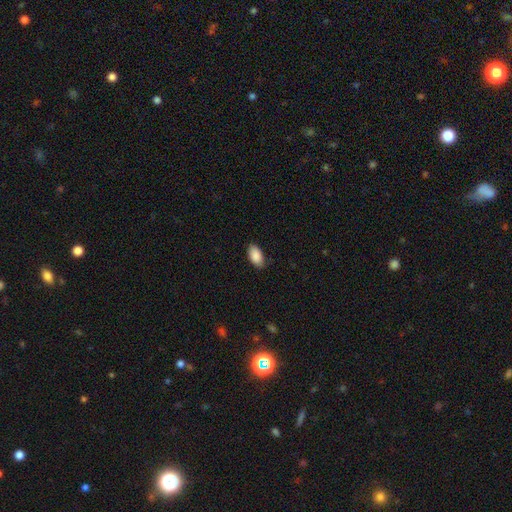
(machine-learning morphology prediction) Smooth or featured: smooth — 90% (star or artifact — 6%)
How rounded: in between — 94% (round — 3%)
Merging: none — 83% (minor disturbance — 14%)